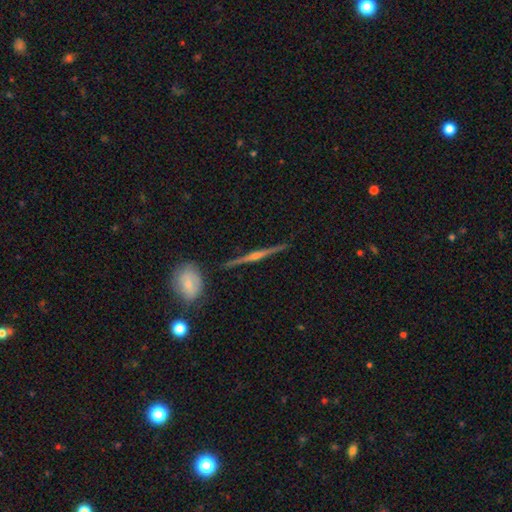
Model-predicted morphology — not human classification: Smooth or featured? Predicted: featured or disk (p=0.84). Edge-on disk? Predicted: yes (p=0.98). Edge-on bulge? Predicted: rounded (p=0.89). Merging? Predicted: none (p=0.90).